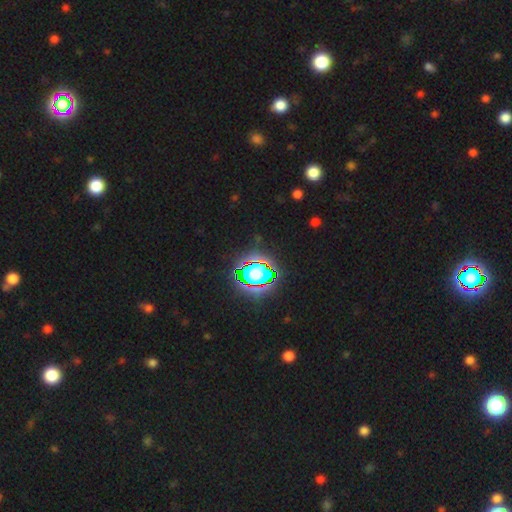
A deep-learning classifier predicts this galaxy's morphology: smooth_or_featured: star or artifact (p=0.79) [alt: smooth p=0.13]